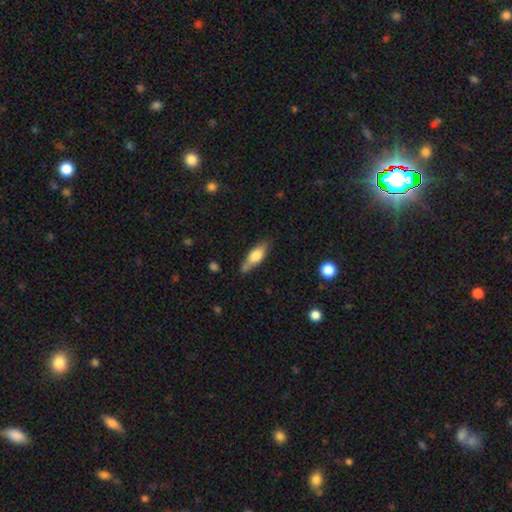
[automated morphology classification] Smooth or featured: smooth — 66% (featured or disk — 28%)
How rounded: in between — 62% (cigar-shaped — 35%)
Merging: none — 67% (minor disturbance — 22%)